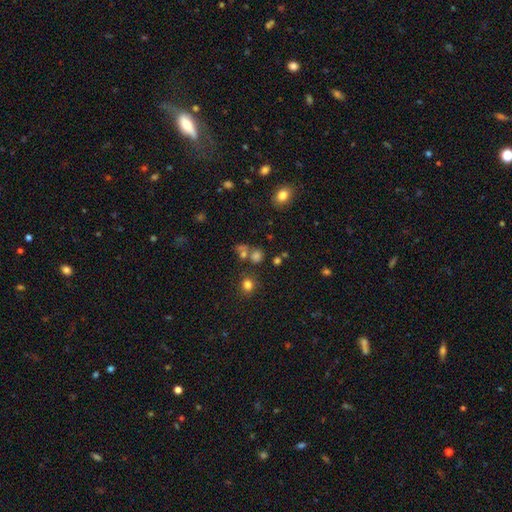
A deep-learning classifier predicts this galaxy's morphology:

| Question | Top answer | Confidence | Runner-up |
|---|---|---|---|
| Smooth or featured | smooth | 63% | star or artifact (27%) |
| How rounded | round | 80% | in between (19%) |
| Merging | none | 63% | merger (23%) |